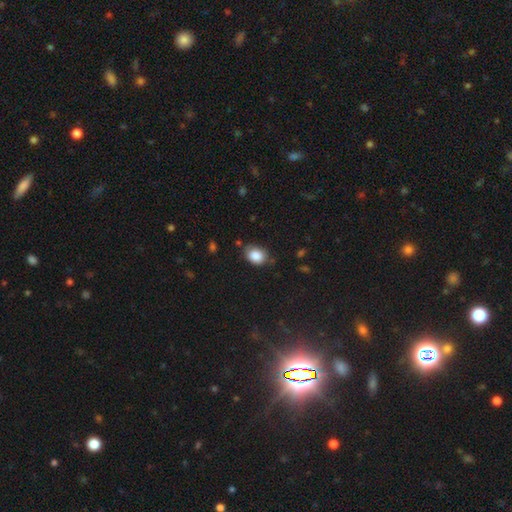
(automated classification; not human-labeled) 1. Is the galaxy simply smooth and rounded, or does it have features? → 87% smooth, 8% star or artifact, 5% featured or disk.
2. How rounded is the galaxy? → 62% in between, 37% round, 1% cigar-shaped.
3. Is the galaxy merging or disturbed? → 73% none, 20% minor disturbance, 4% major disturbance, 3% merger.